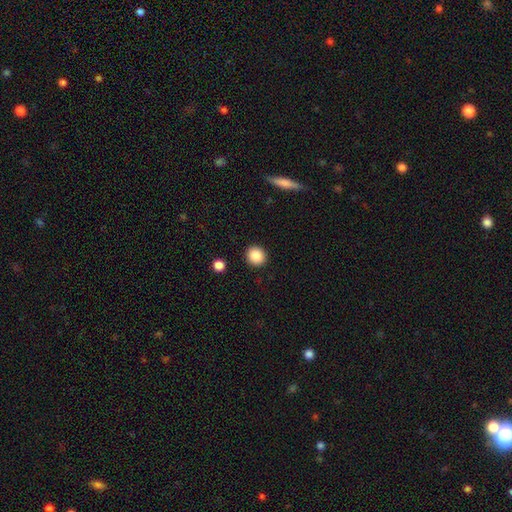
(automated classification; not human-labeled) smooth_or_featured: smooth (p=0.88) [alt: star or artifact p=0.09]
how_rounded: round (p=0.89) [alt: in between p=0.10]
merging: none (p=0.92) [alt: minor disturbance p=0.05]